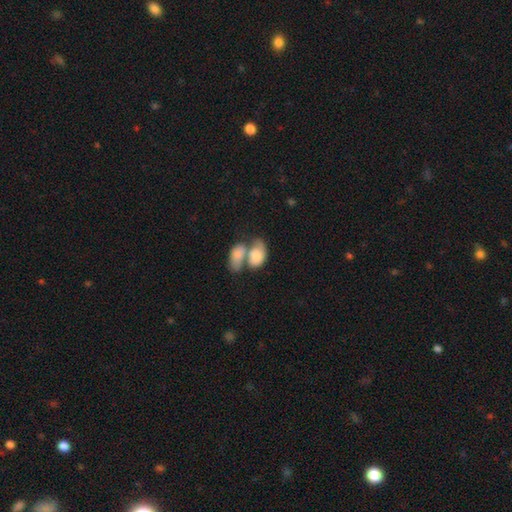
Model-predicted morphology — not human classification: A smooth galaxy with no disk features (76%) that is in between round and cigar-shaped (89%).

Vote fractions:
- Smooth or featured? smooth: 76% / featured or disk: 18% / star or artifact: 6%
- How rounded? in between: 89% / round: 9% / cigar-shaped: 2%
- Merging? merger: 68% / none: 15% / minor disturbance: 9% / major disturbance: 8%